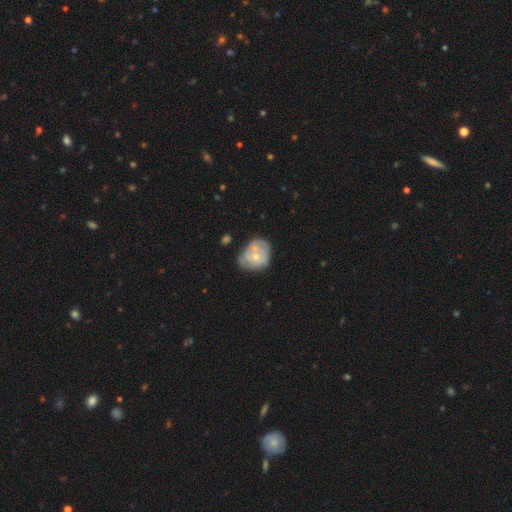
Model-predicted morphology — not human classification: smooth-or-featured: featured or disk: 53% | smooth: 40% | star or artifact: 7%
  disk-edge-on: no: 97% | yes: 3%
    bar: no: 83% | weak: 15% | strong: 3%
    has-spiral-arms: no: 51% | yes: 49%
    bulge-size: small: 53% | moderate: 44% | none: 2% | large: 1% | dominant: 1%
  merging: none: 50% | minor disturbance: 31% | major disturbance: 12% | merger: 7%